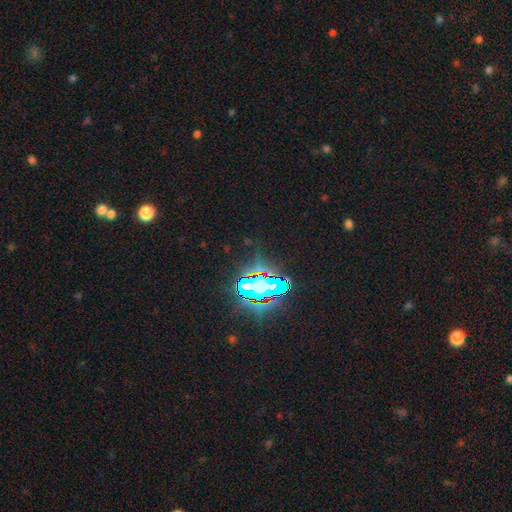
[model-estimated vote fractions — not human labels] smooth_or_featured: star or artifact (p=0.82) [alt: smooth p=0.11]